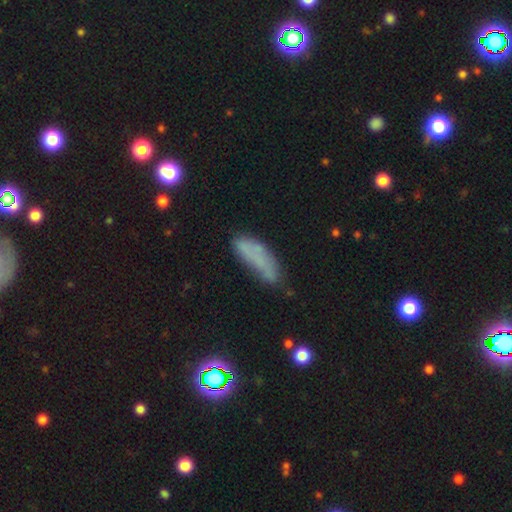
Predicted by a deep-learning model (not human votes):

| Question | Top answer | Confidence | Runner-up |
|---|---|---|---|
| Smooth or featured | smooth | 65% | featured or disk (21%) |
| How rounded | cigar-shaped | 51% | in between (46%) |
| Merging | none | 49% | minor disturbance (31%) |